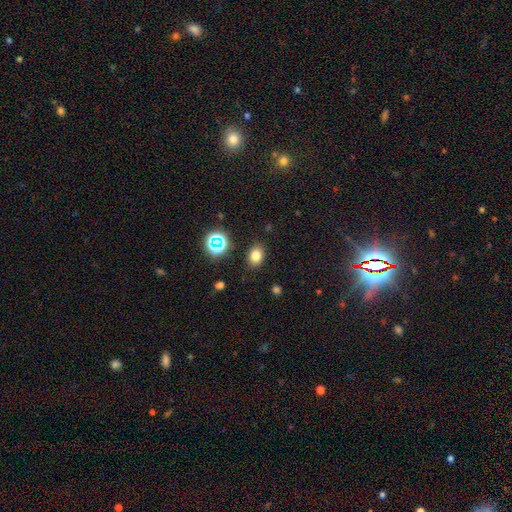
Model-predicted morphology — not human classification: This appears to be a smooth galaxy with no disk features (77%) that is in between round and cigar-shaped (67%). Merging: none (86%).